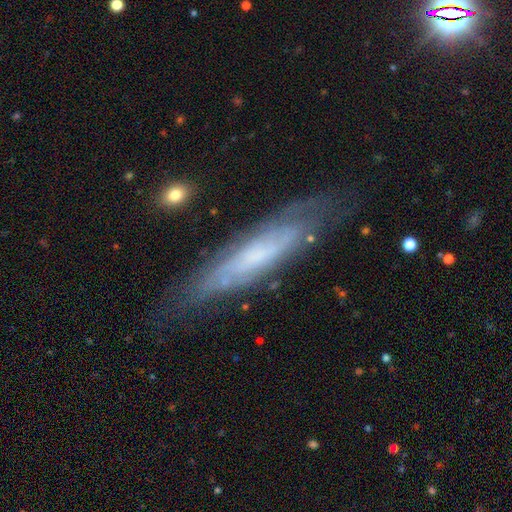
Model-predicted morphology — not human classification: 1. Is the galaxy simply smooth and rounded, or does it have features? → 63% featured or disk, 29% smooth, 8% star or artifact.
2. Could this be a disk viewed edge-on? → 50% yes (tied), 50% no (tied).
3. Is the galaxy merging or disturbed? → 72% none, 20% minor disturbance, 6% major disturbance, 2% merger.